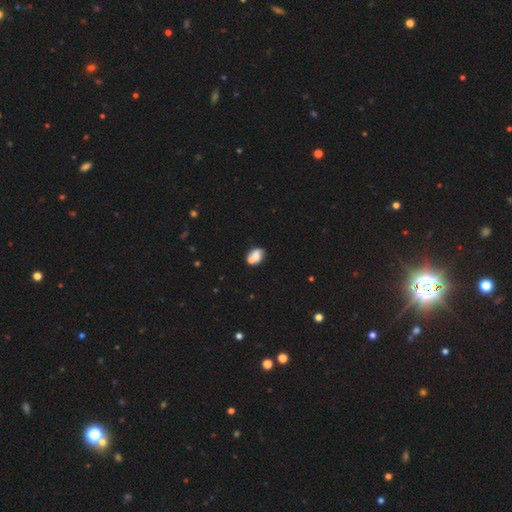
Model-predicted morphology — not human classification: smooth-or-featured: smooth: 65% | featured or disk: 25% | star or artifact: 10%
  how-rounded: in between: 68% | round: 31% | cigar-shaped: 1%
  merging: none: 40% | merger: 37% | minor disturbance: 17% | major disturbance: 7%